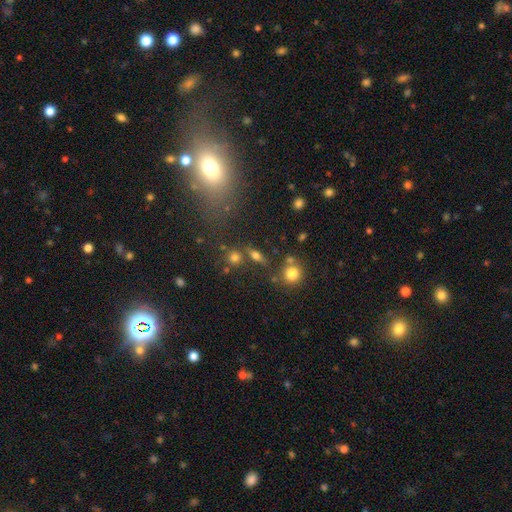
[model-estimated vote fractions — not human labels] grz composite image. It shows a smooth galaxy with no disk features (67%) that is in between round and cigar-shaped (49%). Merging: none (71%).